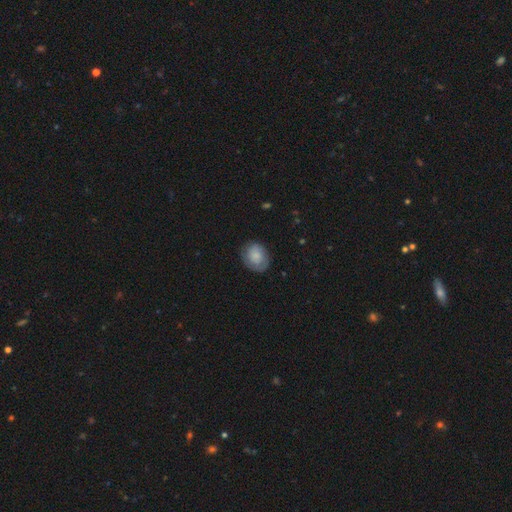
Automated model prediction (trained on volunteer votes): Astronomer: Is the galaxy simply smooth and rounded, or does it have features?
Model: smooth — 72%.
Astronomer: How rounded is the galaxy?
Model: round — 55% (runner-up: in between, 44%).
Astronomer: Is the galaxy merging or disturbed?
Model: none — 74%.